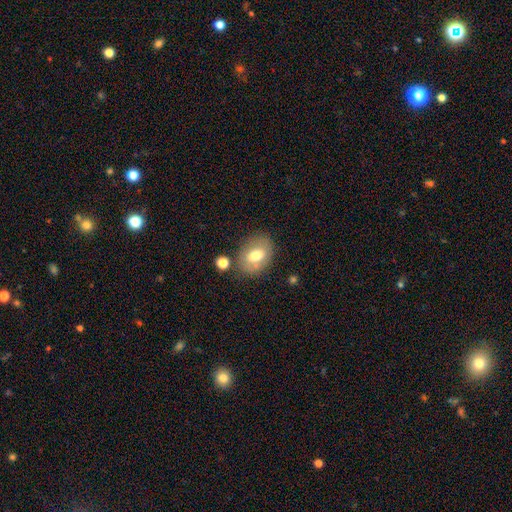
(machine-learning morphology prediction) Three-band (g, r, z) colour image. It shows a smooth galaxy with no disk features (67%) that is in between round and cigar-shaped (72%). Merging: none (70%).